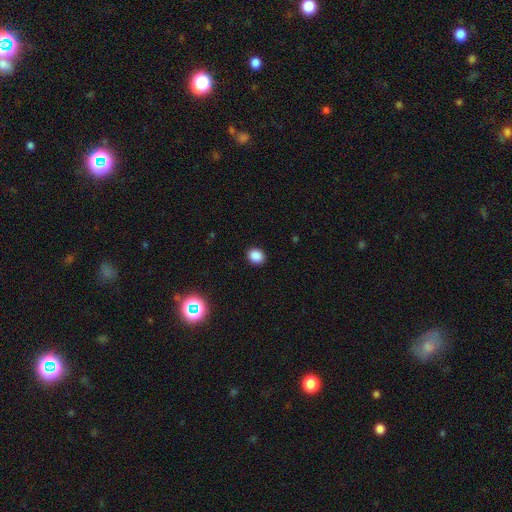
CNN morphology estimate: Smooth or featured? Predicted: smooth (p=0.86). How rounded? Predicted: round (p=0.64). Merging? Predicted: none (p=0.90).